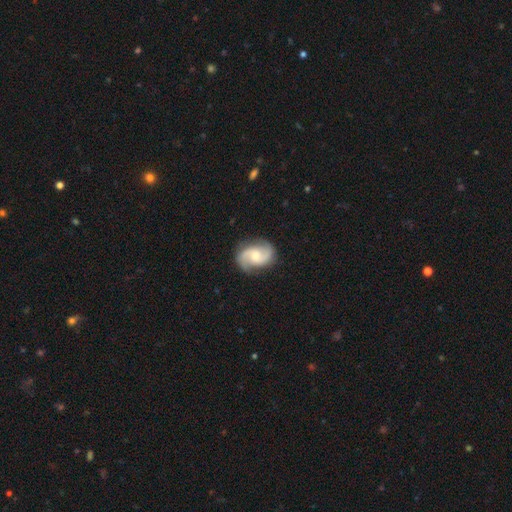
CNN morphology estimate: featured or disk 85%, smooth 10%, star or artifact 5%. Down the decision tree: edge-on disk — no (98%); bar — no (50%); spiral arms — yes (97%); spiral arm count — 2 (93%); spiral winding — medium (51%); bulge size — moderate (50%); merging — none (83%).